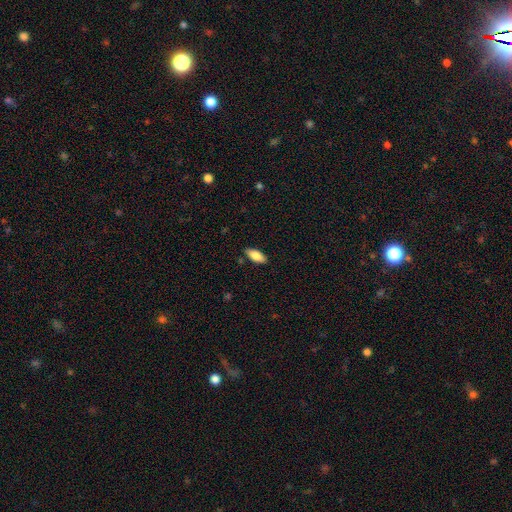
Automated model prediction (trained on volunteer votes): Smooth or featured? smooth (83%)
How rounded? in between (85%)
Merging? none (86%)